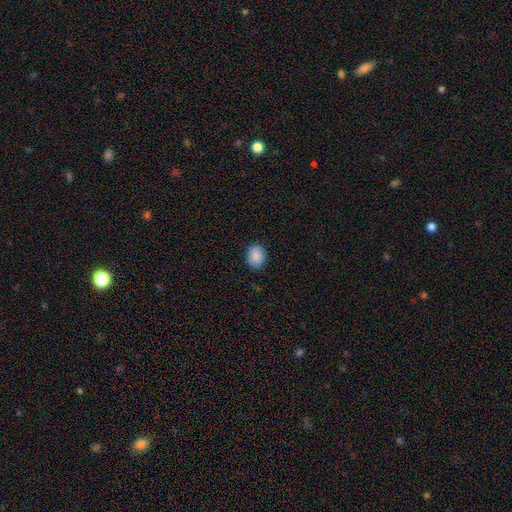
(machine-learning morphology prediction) smooth 89%, star or artifact 8%, featured or disk 4%. Down the decision tree: how rounded — in between (56%); merging — none (86%).